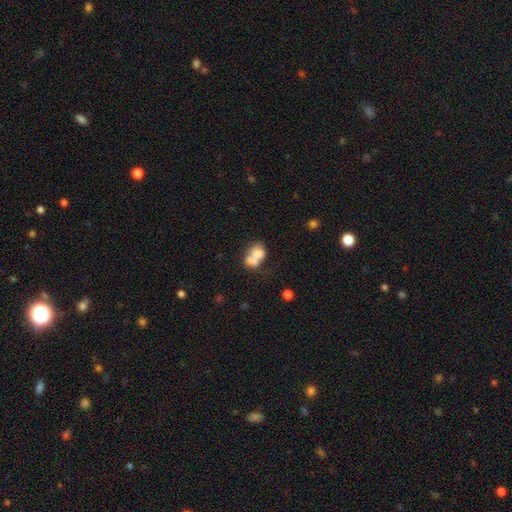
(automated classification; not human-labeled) A smooth galaxy with no disk features (70%) that is in between round and cigar-shaped (58%). Merging: merger (66%).